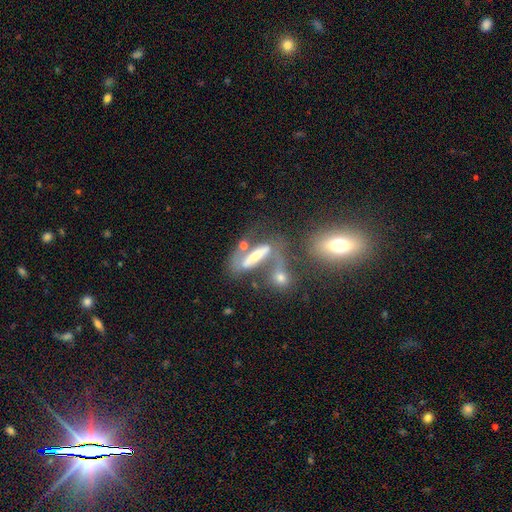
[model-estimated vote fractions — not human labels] Smooth or featured?
  - featured or disk: 53% *
  - smooth: 34%
  - star or artifact: 13%
Edge-on disk?
  - no: 56% *
  - yes: 44%
Merging?
  - merger: 36% *
  - none: 34%
  - major disturbance: 16%
  - minor disturbance: 14%